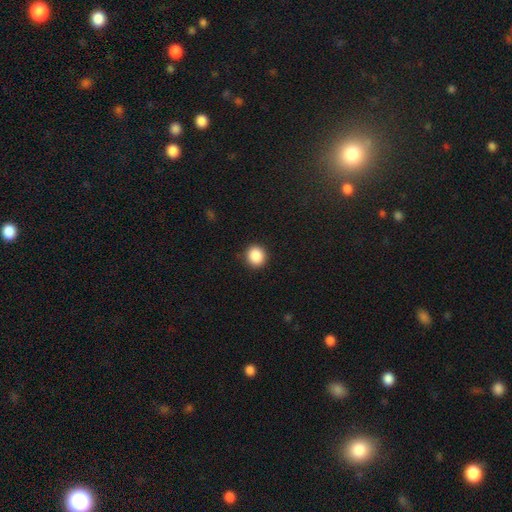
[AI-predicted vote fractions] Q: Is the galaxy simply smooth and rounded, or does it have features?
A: smooth — 88%.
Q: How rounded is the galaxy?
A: round — 87%.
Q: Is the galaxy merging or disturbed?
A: none — 91%.